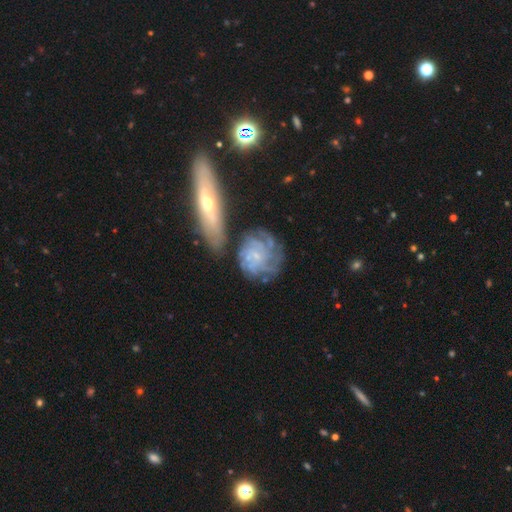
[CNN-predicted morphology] This appears to be a featured or disk galaxy (73%) with no bar (76%), tight (63%) spiral arms (85%) and a small central bulge (68%). Merging: none (57%).